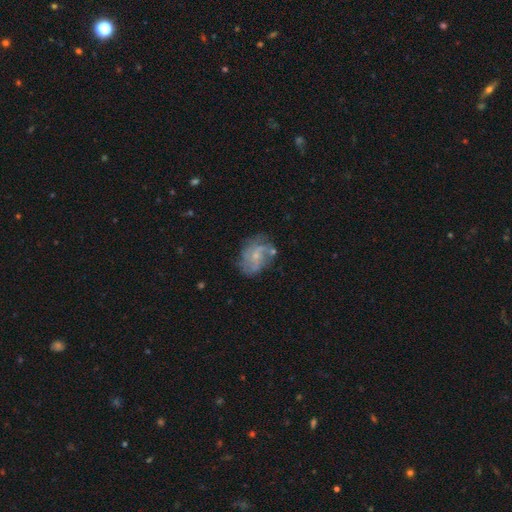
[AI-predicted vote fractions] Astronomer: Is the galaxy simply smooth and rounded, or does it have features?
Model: featured or disk — 69%.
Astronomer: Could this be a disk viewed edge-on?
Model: no — 97%.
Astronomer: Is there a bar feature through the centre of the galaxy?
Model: no — 62%.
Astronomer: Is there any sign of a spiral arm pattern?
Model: yes — 79%.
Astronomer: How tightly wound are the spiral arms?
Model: medium — 42% (runner-up: loose, 35%).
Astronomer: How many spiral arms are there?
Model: can't tell — 33% (runner-up: 2, 31%).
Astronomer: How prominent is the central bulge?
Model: small — 67%.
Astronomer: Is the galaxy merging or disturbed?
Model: none — 58%.